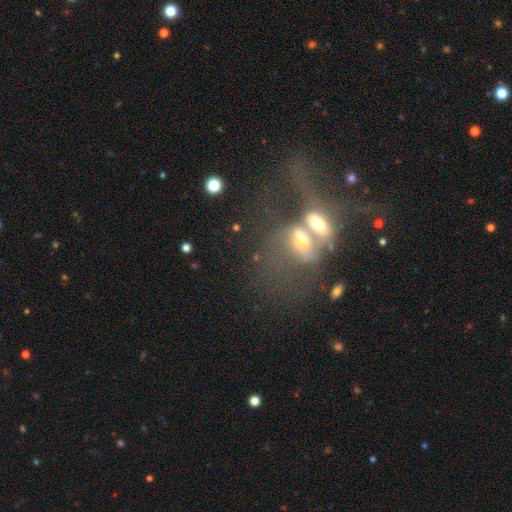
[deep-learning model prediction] Morphology: type=featured or disk (49%); merging=merger (72%).